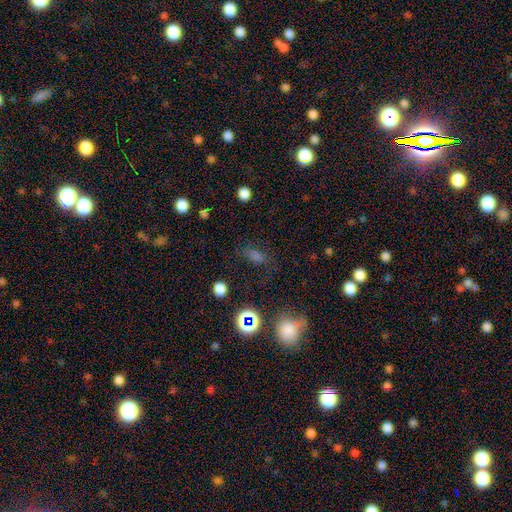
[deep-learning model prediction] Overall: smooth (56%; star or artifact 32%). How rounded: in between (70%). Merging: none (66%).